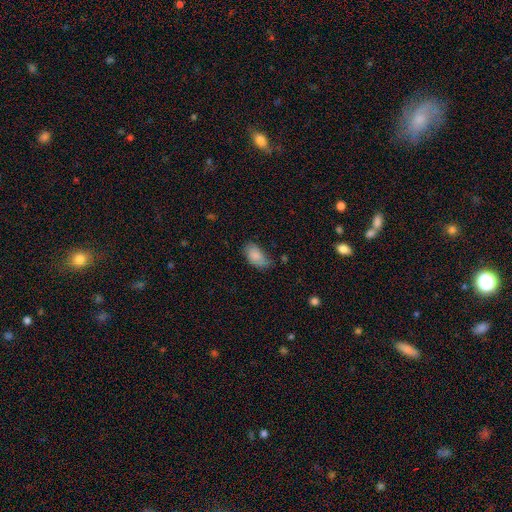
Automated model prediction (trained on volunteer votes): Smooth or featured?
  - smooth: 85% *
  - featured or disk: 8%
  - star or artifact: 7%
How rounded?
  - in between: 94% *
  - round: 4%
  - cigar-shaped: 2%
Merging?
  - none: 59% *
  - minor disturbance: 31%
  - major disturbance: 7%
  - merger: 3%